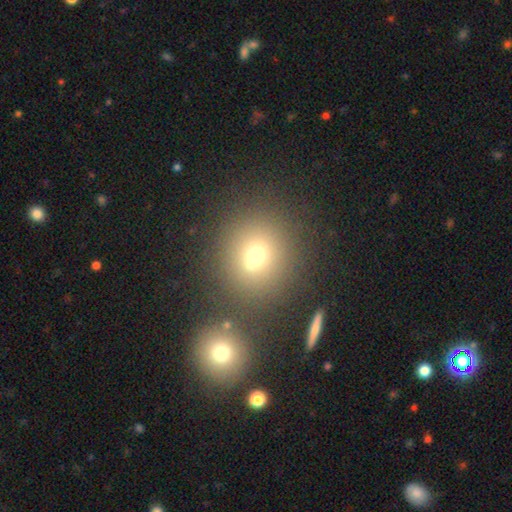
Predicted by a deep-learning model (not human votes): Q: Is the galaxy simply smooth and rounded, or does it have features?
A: smooth — 66%.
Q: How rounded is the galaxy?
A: round — 84%.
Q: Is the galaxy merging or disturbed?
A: none — 67%.